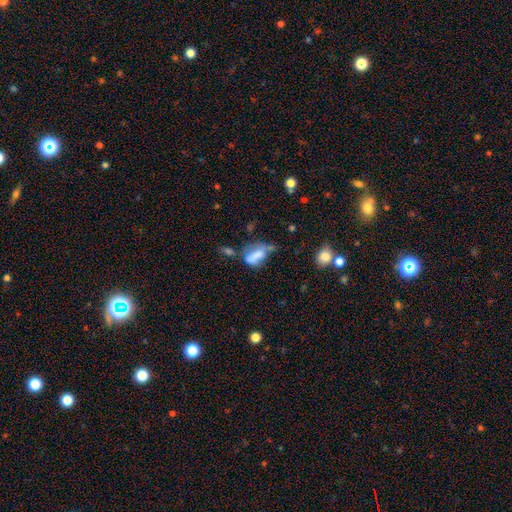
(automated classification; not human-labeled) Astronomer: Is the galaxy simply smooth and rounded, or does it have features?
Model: smooth — 60%.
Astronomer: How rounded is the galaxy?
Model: in between — 77%.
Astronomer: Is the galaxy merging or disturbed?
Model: major disturbance — 31% (runner-up: minor disturbance, 26%).